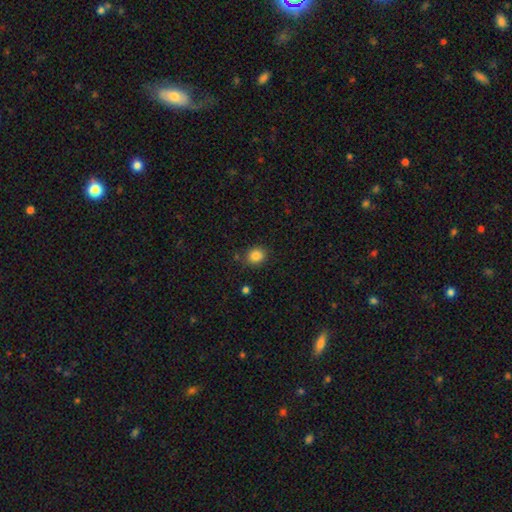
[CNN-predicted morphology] Smooth or featured? smooth (84%)
How rounded? round (73%)
Merging? none (85%)